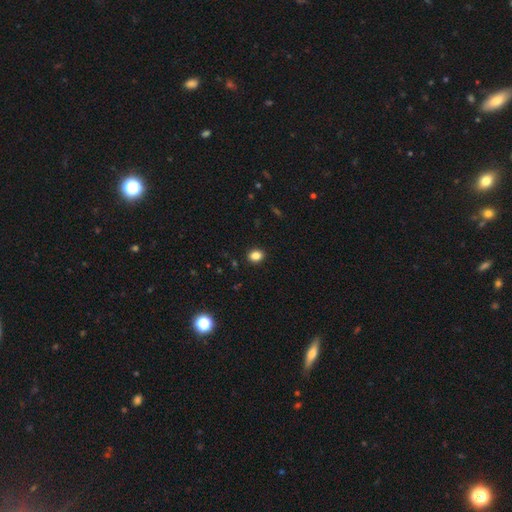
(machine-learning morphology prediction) This is clearly a smooth galaxy (85%). How rounded: possibly in between (50%). Merging: clearly none (91%).